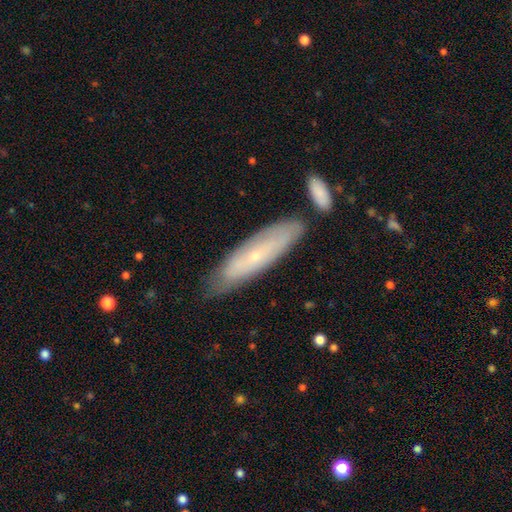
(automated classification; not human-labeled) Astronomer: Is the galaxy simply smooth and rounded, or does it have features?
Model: featured or disk — 49% (runner-up: smooth, 44%).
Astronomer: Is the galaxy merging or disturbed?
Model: none — 71%.